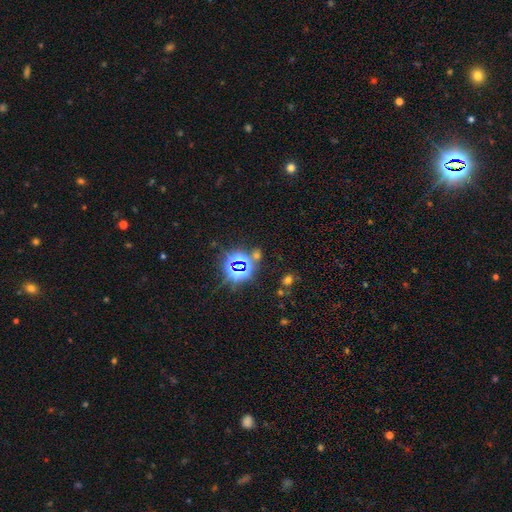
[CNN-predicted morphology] A star or artifact, not a galaxy (75%).

Vote fractions:
- Smooth or featured? star or artifact: 75% / smooth: 17% / featured or disk: 8%